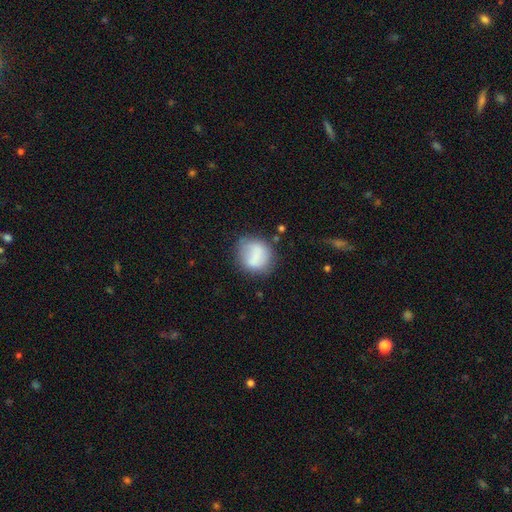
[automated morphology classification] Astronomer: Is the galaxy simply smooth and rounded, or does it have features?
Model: smooth — 73%.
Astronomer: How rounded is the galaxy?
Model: round — 77%.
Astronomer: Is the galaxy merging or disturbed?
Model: none — 60%.